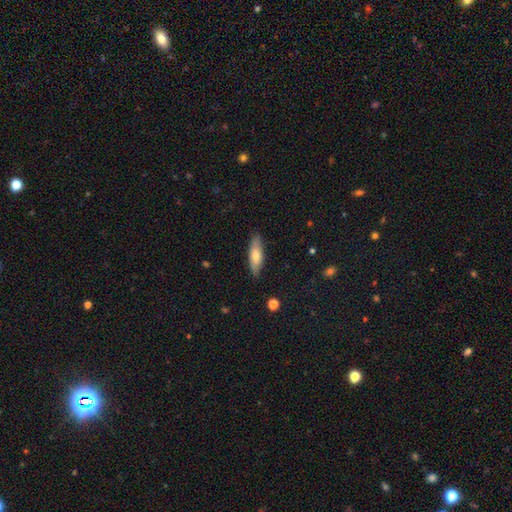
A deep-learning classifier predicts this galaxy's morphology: Smooth or featured? Predicted: smooth (p=0.69). How rounded? Predicted: in between (p=0.49, tied with cigar-shaped). Merging? Predicted: none (p=0.85).